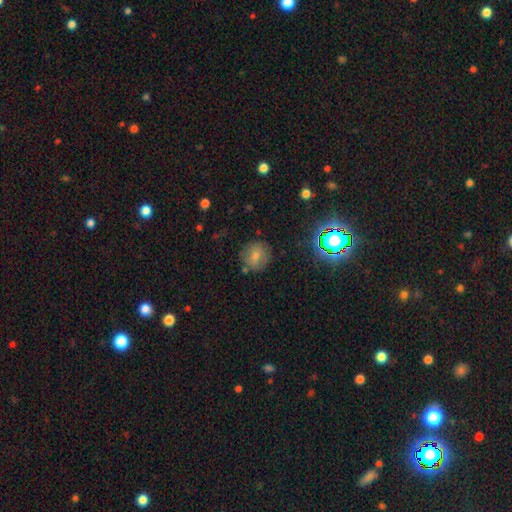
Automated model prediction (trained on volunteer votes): Smooth or featured? smooth (68%)
How rounded? round (87%)
Merging? none (79%)